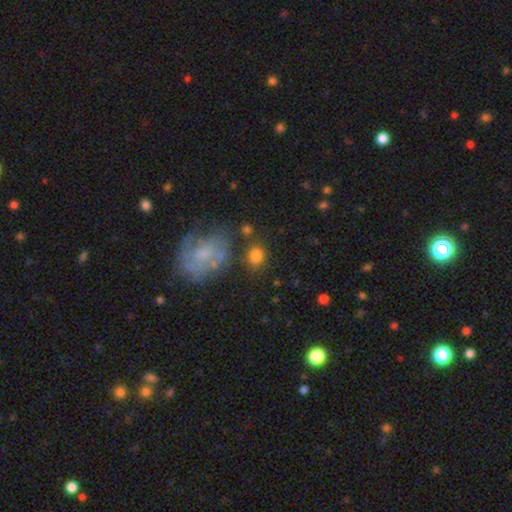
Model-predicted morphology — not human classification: Smooth or featured: smooth — 79% (star or artifact — 10%)
How rounded: round — 66% (in between — 33%)
Merging: none — 71% (minor disturbance — 15%)